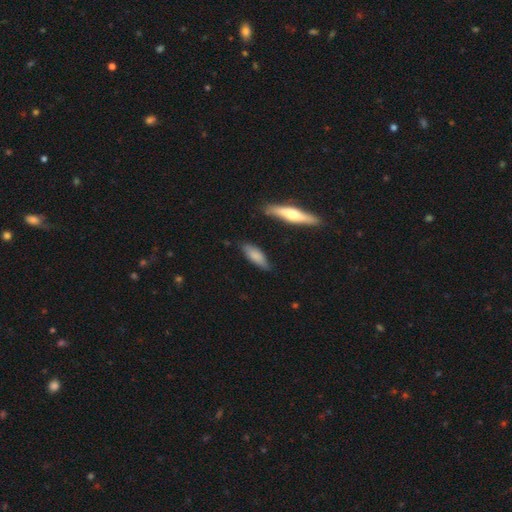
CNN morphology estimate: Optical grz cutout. It shows a smooth galaxy with no disk features (73%) that is in between round and cigar-shaped (56%). Merging: none (74%).